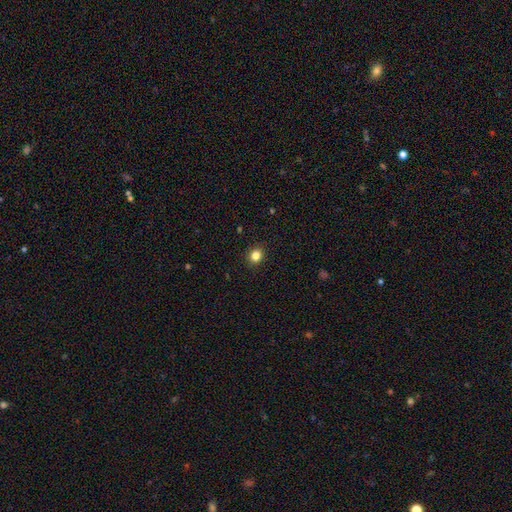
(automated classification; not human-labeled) smooth_or_featured: smooth (p=0.84) [alt: star or artifact p=0.12]
how_rounded: round (p=0.75) [alt: in between p=0.25]
merging: none (p=0.91) [alt: minor disturbance p=0.06]